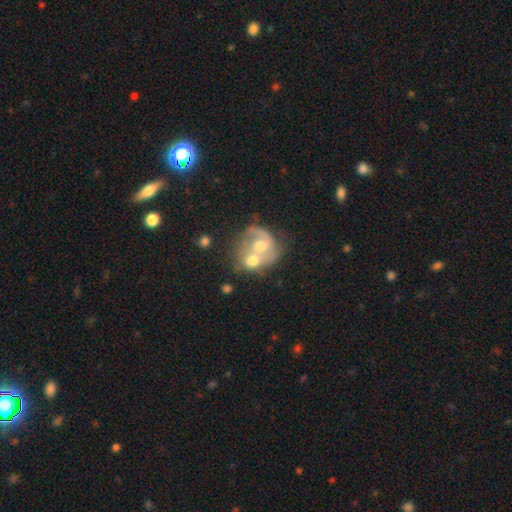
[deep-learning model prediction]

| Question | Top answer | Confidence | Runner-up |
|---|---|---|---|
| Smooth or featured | featured or disk | 62% | smooth (30%) |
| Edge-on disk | no | 97% | yes (3%) |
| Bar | no | 63% | weak (30%) |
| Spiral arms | yes | 71% | no (29%) |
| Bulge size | moderate | 62% | small (24%) |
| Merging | merger | 62% | none (21%) |